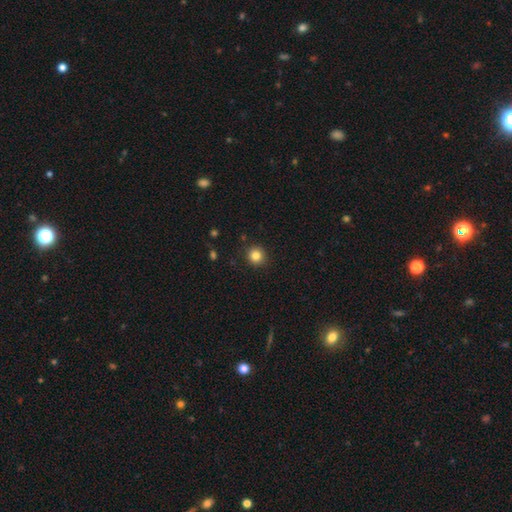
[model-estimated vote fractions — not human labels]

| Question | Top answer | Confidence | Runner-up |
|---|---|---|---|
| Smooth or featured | smooth | 84% | star or artifact (11%) |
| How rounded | round | 94% | in between (6%) |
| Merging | none | 91% | minor disturbance (6%) |